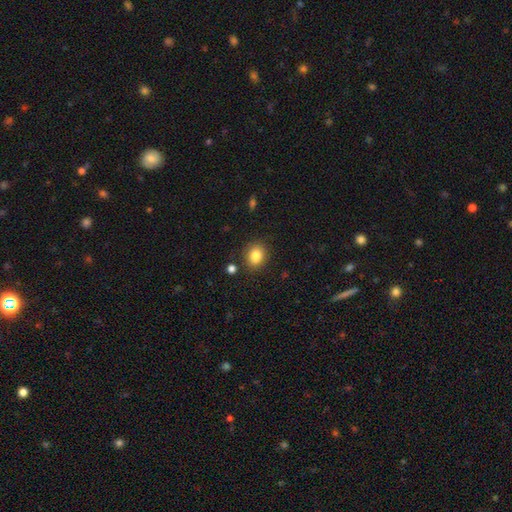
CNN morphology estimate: A smooth galaxy with no disk features (84%) that is round (52%).

Vote fractions:
- Smooth or featured? smooth: 84% / star or artifact: 10% / featured or disk: 6%
- How rounded? round: 52% / in between: 47% / cigar-shaped: 1%
- Merging? none: 85% / minor disturbance: 10% / major disturbance: 3% / merger: 3%